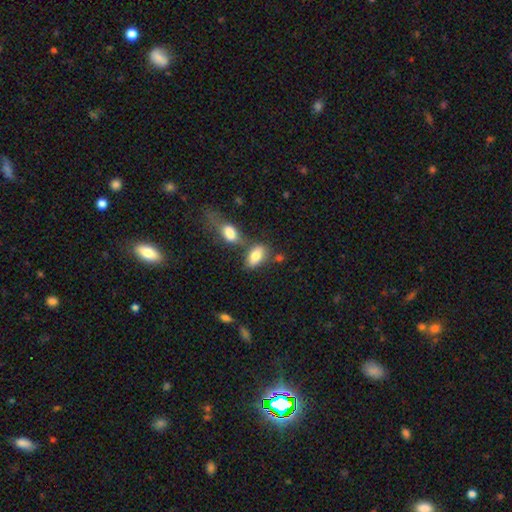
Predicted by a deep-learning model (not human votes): Smooth or featured? smooth (78%)
How rounded? in between (90%)
Merging? none (45%)